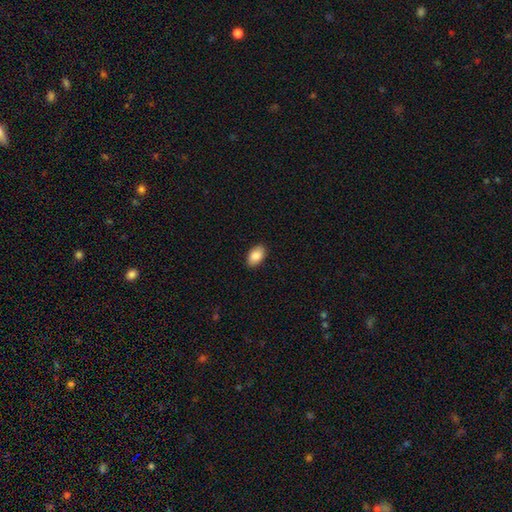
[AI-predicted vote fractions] smooth 88%, star or artifact 7%, featured or disk 6%. Down the decision tree: how rounded — in between (93%); merging — none (89%).